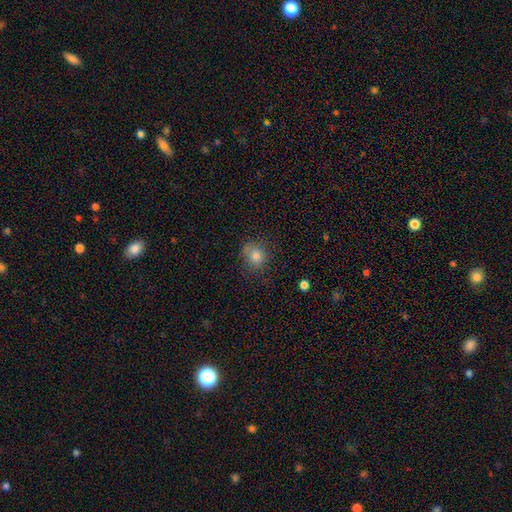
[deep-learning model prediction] Smooth or featured?
  - smooth: 78% *
  - star or artifact: 14%
  - featured or disk: 8%
How rounded?
  - round: 75% *
  - in between: 24%
  - cigar-shaped: 1%
Merging?
  - none: 73% *
  - minor disturbance: 19%
  - major disturbance: 6%
  - merger: 2%